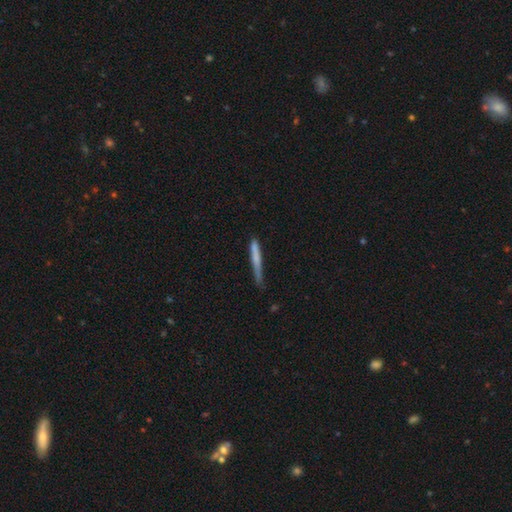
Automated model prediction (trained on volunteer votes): Overall: smooth (69%). How rounded: cigar-shaped (96%). Merging: none (67%).